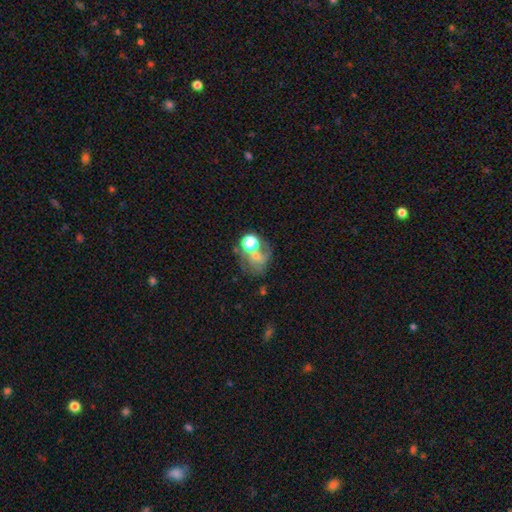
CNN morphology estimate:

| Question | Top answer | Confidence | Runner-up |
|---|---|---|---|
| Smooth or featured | smooth | 43% | featured or disk (38%) |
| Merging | none | 33% | merger (30%) |